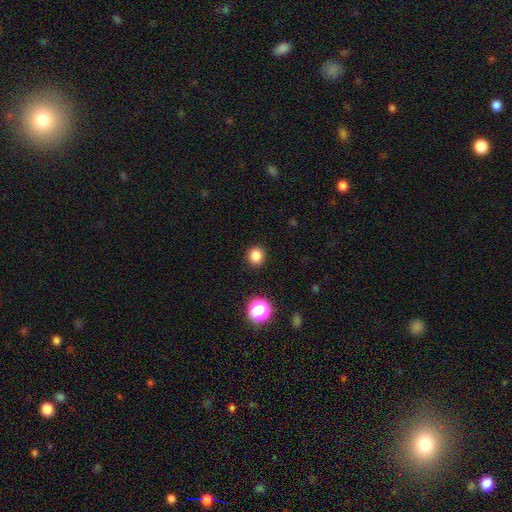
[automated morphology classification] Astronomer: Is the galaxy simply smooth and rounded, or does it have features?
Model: smooth — 84%.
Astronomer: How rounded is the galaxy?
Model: round — 81%.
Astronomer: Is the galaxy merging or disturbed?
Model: none — 90%.